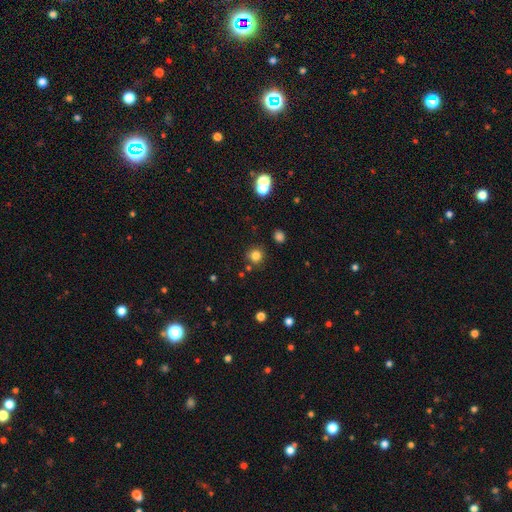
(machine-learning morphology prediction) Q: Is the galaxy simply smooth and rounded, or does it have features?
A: smooth — 81%.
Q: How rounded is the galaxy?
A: round — 92%.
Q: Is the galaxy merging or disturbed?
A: none — 83%.